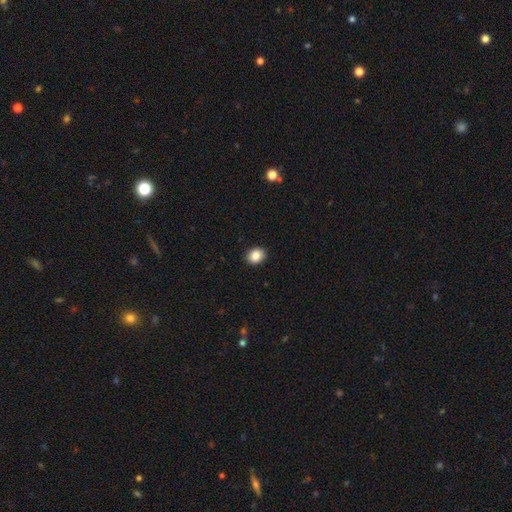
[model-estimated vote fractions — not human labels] This is clearly a smooth galaxy (87%). How rounded: likely round (60%). Merging: clearly none (92%).